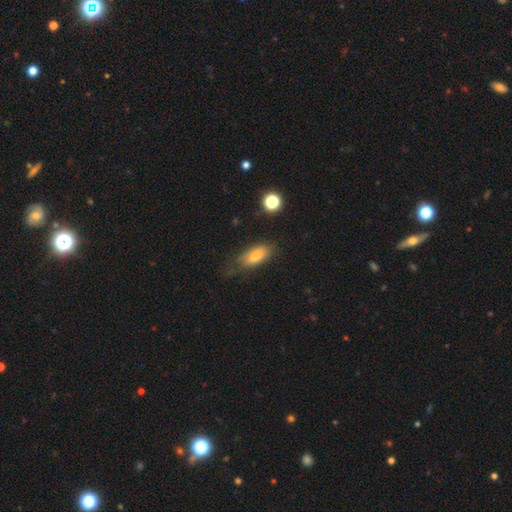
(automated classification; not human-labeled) Morphology: type=smooth (76%); roundness=in between (80%); merging=none (58%).